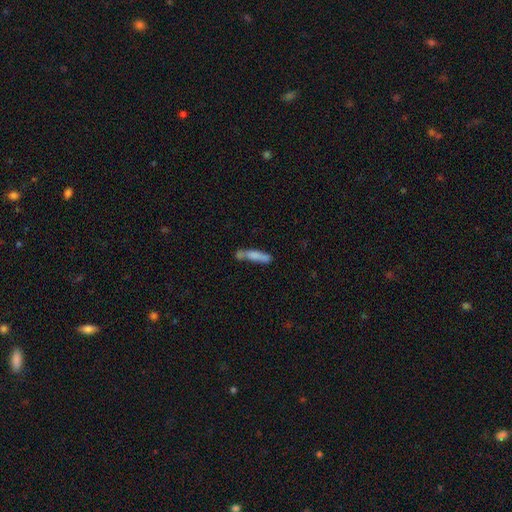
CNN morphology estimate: smooth-or-featured: smooth: 74% | featured or disk: 18% | star or artifact: 8%
  how-rounded: cigar-shaped: 78% | in between: 20% | round: 2%
  merging: none: 45% | merger: 27% | minor disturbance: 20% | major disturbance: 8%